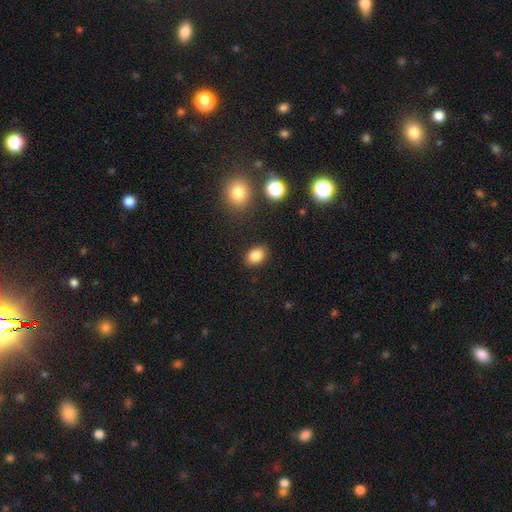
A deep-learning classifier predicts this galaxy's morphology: This appears to be a smooth galaxy with no disk features (84%) that is in between round and cigar-shaped (81%). Merging: none (87%).